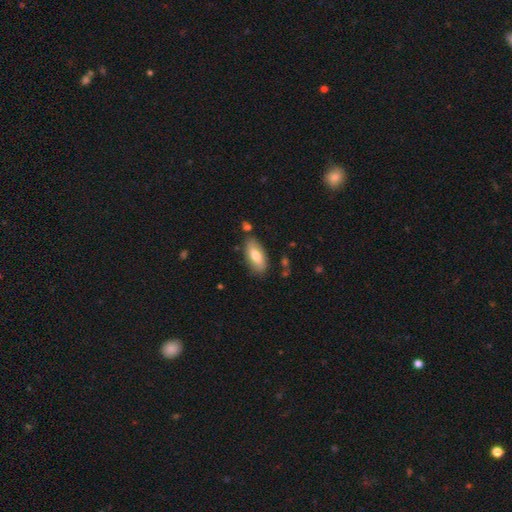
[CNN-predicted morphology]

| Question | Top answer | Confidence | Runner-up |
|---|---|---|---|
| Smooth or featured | smooth | 71% | featured or disk (23%) |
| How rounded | in between | 86% | cigar-shaped (11%) |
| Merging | none | 80% | minor disturbance (14%) |